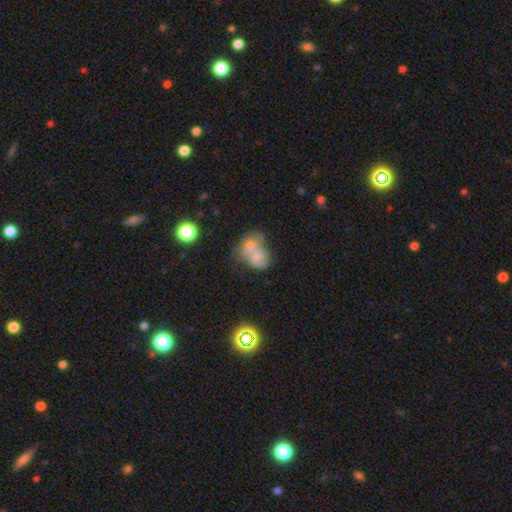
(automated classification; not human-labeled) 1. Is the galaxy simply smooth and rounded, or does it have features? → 59% smooth, 30% featured or disk, 11% star or artifact.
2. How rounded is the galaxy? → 66% in between, 33% round, 1% cigar-shaped.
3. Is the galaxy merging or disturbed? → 71% merger, 14% none, 8% minor disturbance, 7% major disturbance.